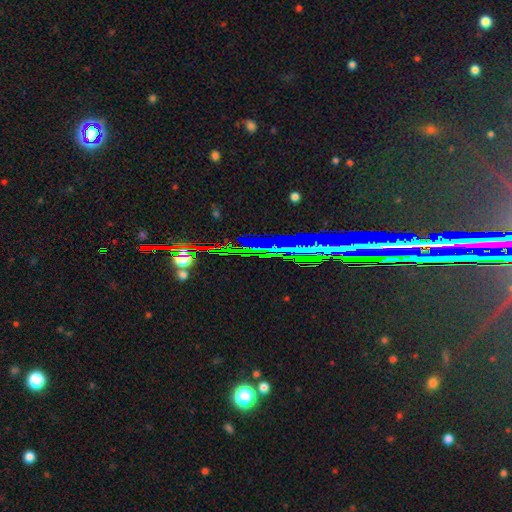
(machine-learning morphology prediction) star or artifact 76%, featured or disk 14%, smooth 10%.